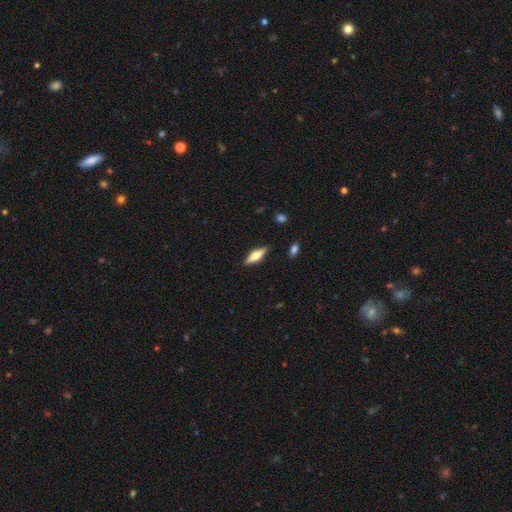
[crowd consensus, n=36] A featured or disk galaxy (64%) viewed edge-on (100%) with a rounded central bulge (78%).

Vote fractions:
- Smooth or featured? featured or disk: 64% / smooth: 33% / star or artifact: 3%
- Edge-on disk? yes: 100% / no: 0%
- Edge-on bulge? rounded: 78% / boxy: 22% / none: 0%
- Merging? none: 86% / minor disturbance: 11% / merger: 3% / major disturbance: 0%